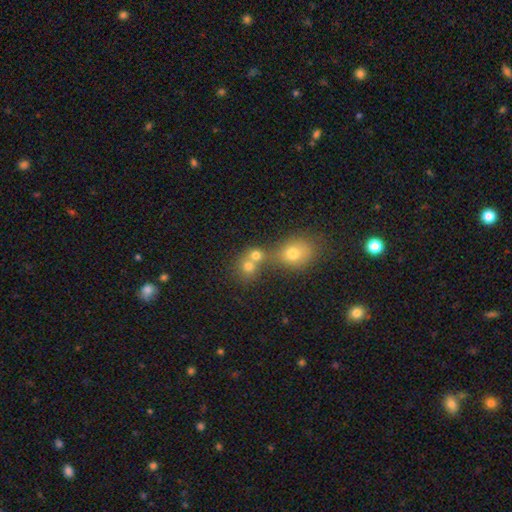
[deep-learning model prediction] A smooth galaxy with no disk features (73%) that is round (78%).

Vote fractions:
- Smooth or featured? smooth: 73% / star or artifact: 15% / featured or disk: 12%
- How rounded? round: 78% / in between: 21% / cigar-shaped: 1%
- Merging? merger: 49% / none: 41% / minor disturbance: 7% / major disturbance: 4%